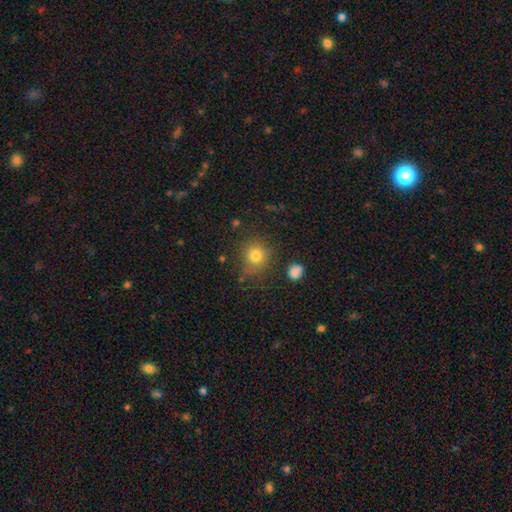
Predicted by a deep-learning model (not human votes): This appears to be a smooth galaxy with no disk features (78%) that is round (86%). Merging: none (74%).